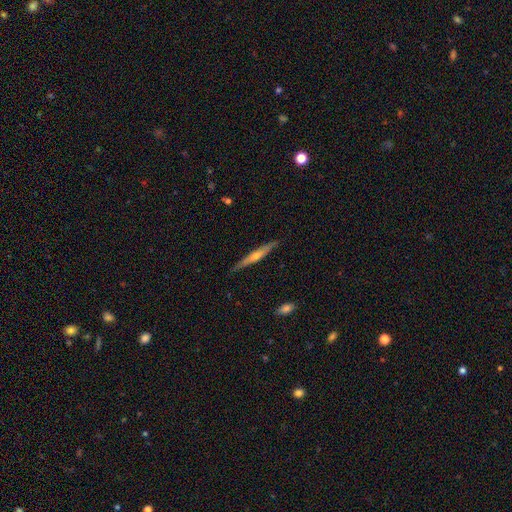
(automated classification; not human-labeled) Overall: featured or disk (69%). Edge-on disk: yes (97%). Edge-on bulge: rounded (80%). Merging: none (89%).